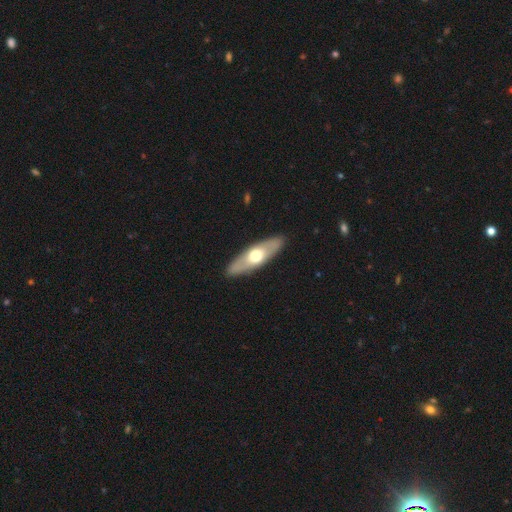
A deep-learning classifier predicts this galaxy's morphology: Smooth or featured: smooth — 50% (featured or disk — 45%)
How rounded: in between — 52% (cigar-shaped — 45%)
Merging: none — 89% (minor disturbance — 8%)